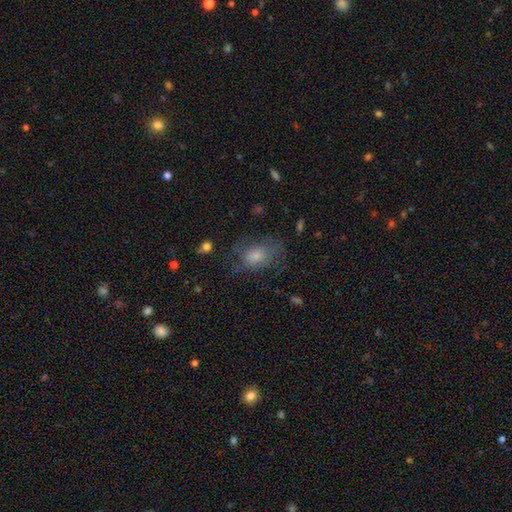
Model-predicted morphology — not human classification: Overall: smooth (53%; featured or disk 29%). How rounded: in between (65%; round 33%). Merging: none (58%; minor disturbance 22%).